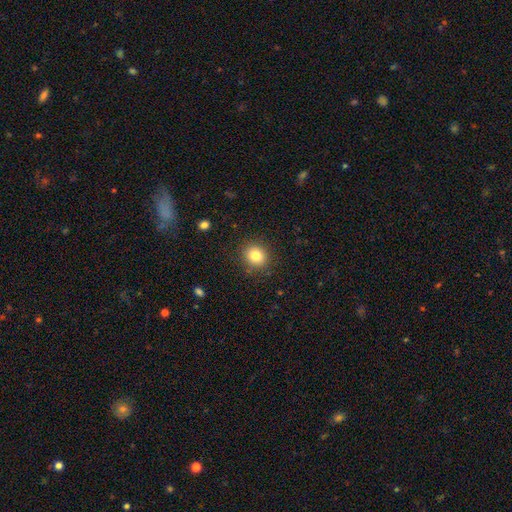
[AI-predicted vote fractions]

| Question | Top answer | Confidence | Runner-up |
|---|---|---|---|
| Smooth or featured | smooth | 82% | star or artifact (11%) |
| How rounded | round | 77% | in between (23%) |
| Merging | none | 88% | minor disturbance (8%) |